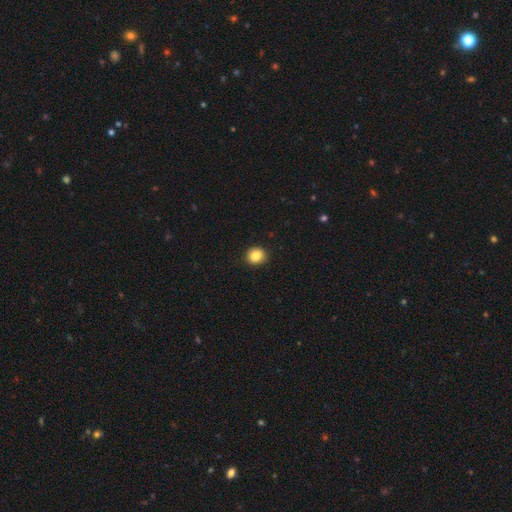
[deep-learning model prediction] This appears to be a smooth galaxy with no disk features (86%) that is round (84%). Merging: none (91%).